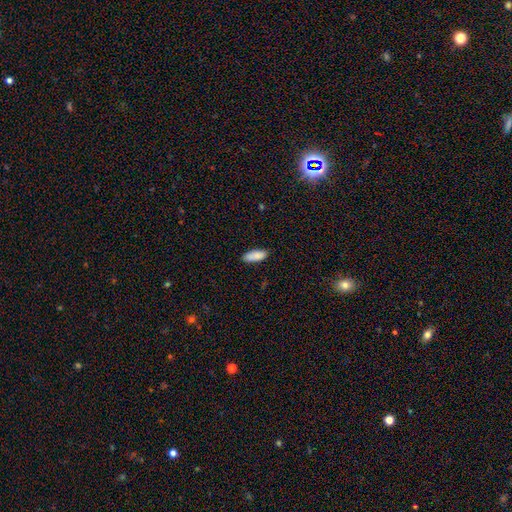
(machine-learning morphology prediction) Overall: smooth (90%). How rounded: in between (76%). Merging: none (86%).